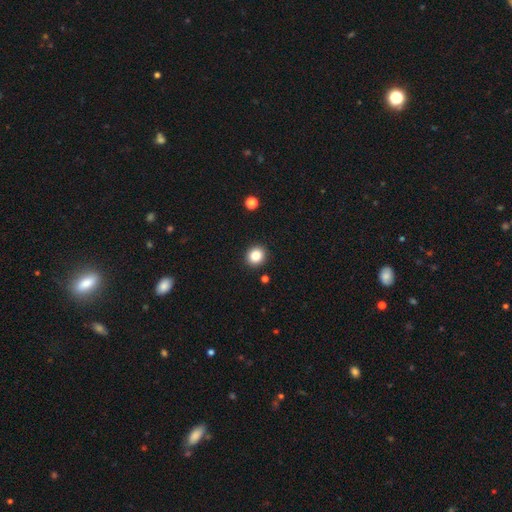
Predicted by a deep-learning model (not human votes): Smooth or featured: smooth — 85% (star or artifact — 11%)
How rounded: round — 85% (in between — 14%)
Merging: none — 91% (minor disturbance — 5%)